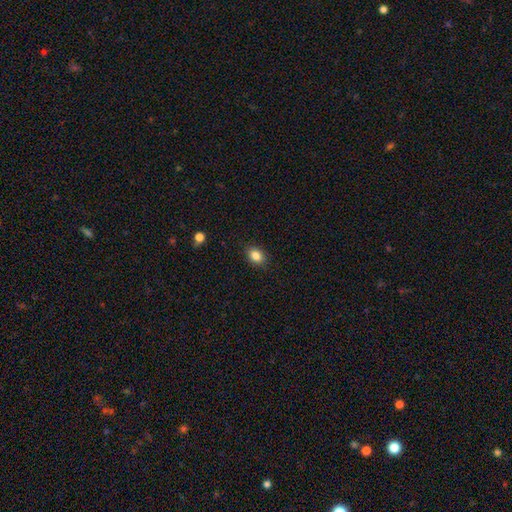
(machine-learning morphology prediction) type=smooth (85%); roundness=in between (73%); merging=none (88%).